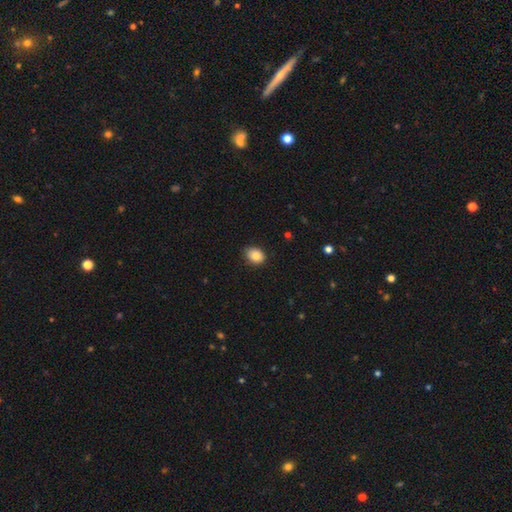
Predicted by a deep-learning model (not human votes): This is clearly a smooth galaxy (86%). How rounded: likely in between (60%). Merging: clearly none (83%).